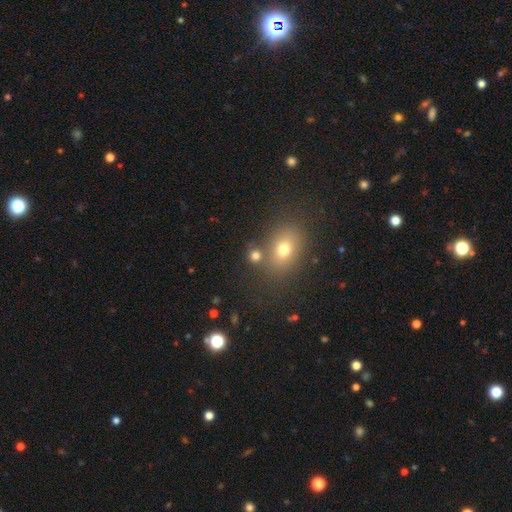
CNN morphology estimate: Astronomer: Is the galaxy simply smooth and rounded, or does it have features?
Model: smooth — 73%.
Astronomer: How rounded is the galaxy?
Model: round — 63%.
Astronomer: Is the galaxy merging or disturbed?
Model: none — 66%.